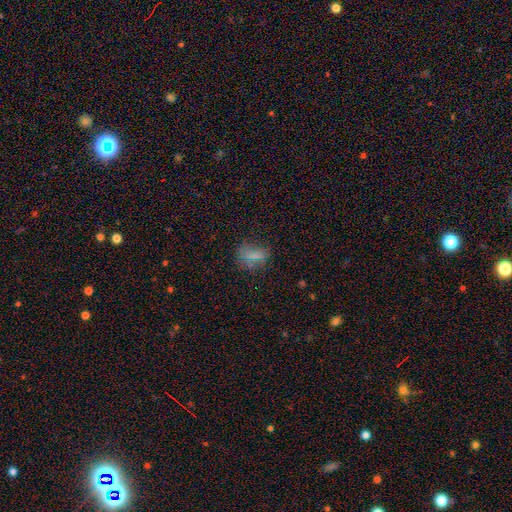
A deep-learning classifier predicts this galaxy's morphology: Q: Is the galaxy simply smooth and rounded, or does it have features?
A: smooth — 61%.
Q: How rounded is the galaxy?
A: in between — 62%.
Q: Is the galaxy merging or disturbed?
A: none — 62%.